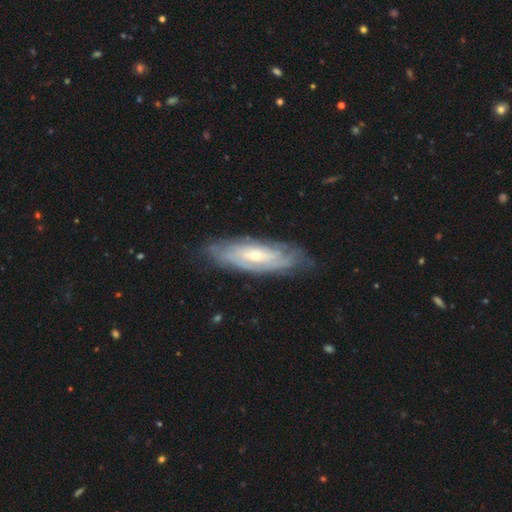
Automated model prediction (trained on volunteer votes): Smooth or featured: featured or disk — 76% (smooth — 18%)
Edge-on disk: no — 81% (yes — 19%)
Bar: no — 64% (weak — 28%)
Spiral arms: yes — 86% (no — 14%)
Spiral winding: tight — 72% (medium — 22%)
Spiral arm count: can't tell — 62% (2 — 16%)
Bulge size: small — 60% (moderate — 37%)
Merging: none — 77% (minor disturbance — 17%)